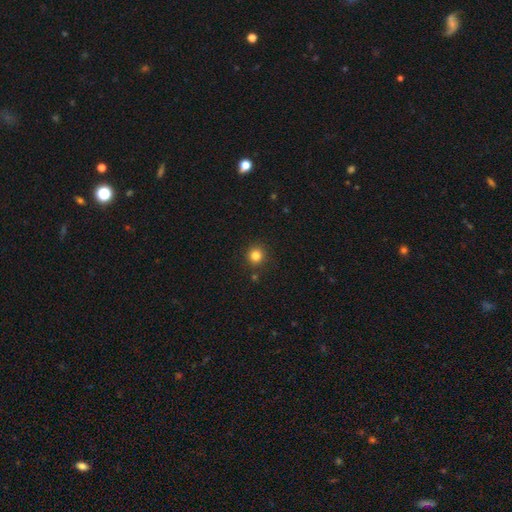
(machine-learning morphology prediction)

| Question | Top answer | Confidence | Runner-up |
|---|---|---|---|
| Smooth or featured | smooth | 82% | star or artifact (13%) |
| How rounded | round | 92% | in between (7%) |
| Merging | none | 89% | minor disturbance (6%) |